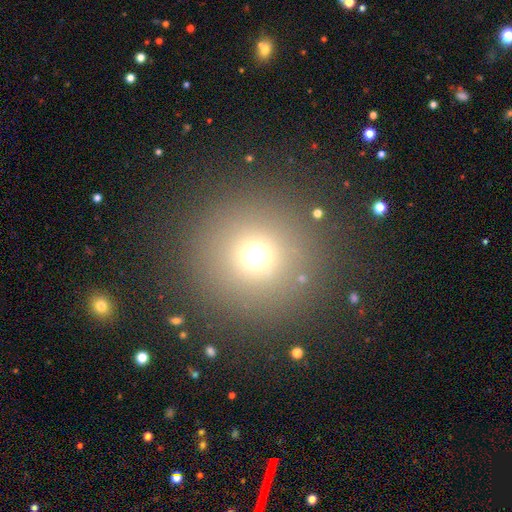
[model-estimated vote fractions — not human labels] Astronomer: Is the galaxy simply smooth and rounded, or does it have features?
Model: smooth — 68%.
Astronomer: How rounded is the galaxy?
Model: round — 96%.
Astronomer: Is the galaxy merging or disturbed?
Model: none — 88%.